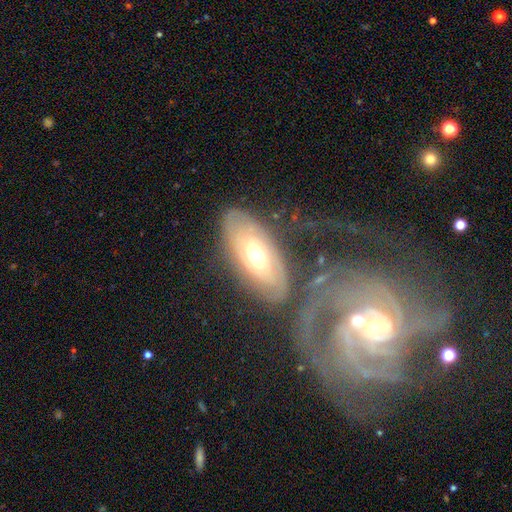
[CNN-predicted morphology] This appears to be a featured or disk galaxy (64%) with no bar (64%), spiral arms (79%) and a moderate central bulge (65%). Merging: none (50%).